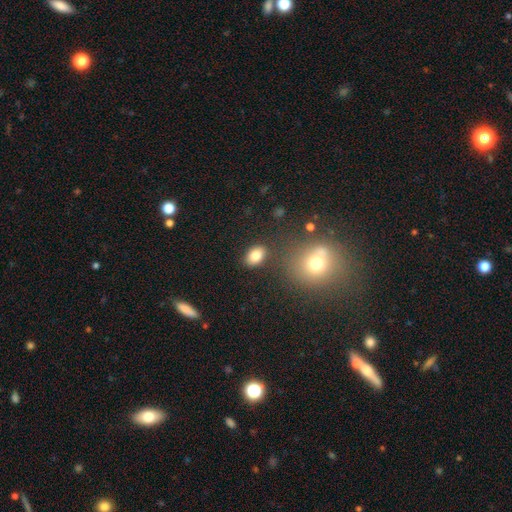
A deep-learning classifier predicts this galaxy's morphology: Overall: smooth (82%). How rounded: in between (81%). Merging: none (81%).